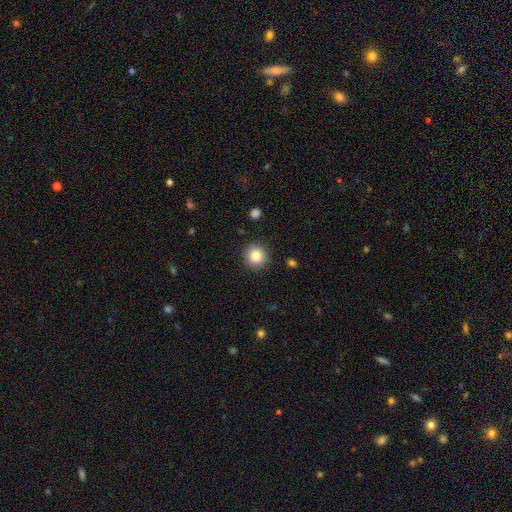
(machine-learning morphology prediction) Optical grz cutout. It shows a smooth galaxy with no disk features (85%) that is round (93%). Merging: none (90%).